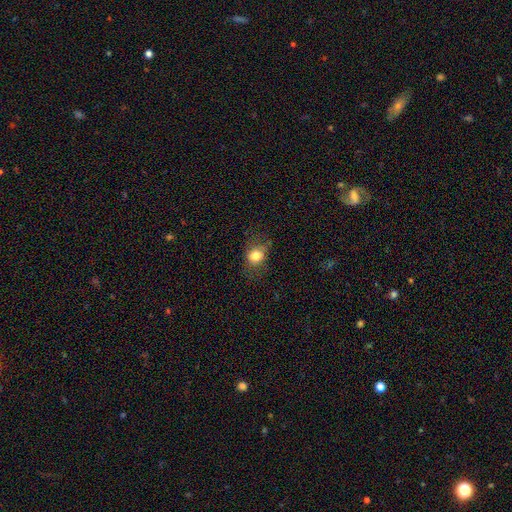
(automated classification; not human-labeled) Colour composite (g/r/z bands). It shows a smooth galaxy with no disk features (77%) that is round (58%). Merging: none (65%).